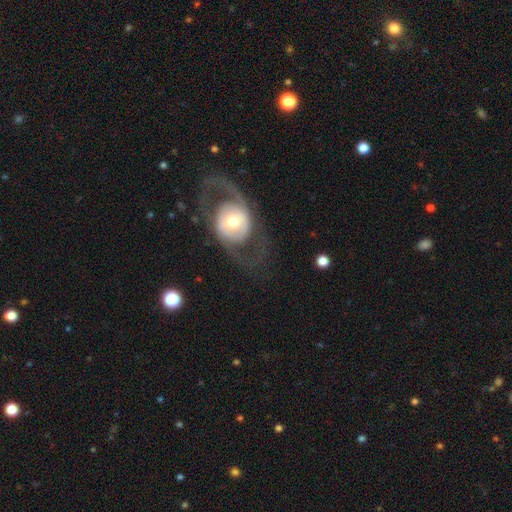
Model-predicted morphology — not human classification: Overall: featured or disk (82%). Edge-on disk: no (96%). Bar: no (60%; weak 27%). Spiral arms: yes (85%). Spiral arm count: 2 (86%). Spiral winding: medium (46%; loose 32%). Bulge size: moderate (51%; small 33%). Merging: none (69%).